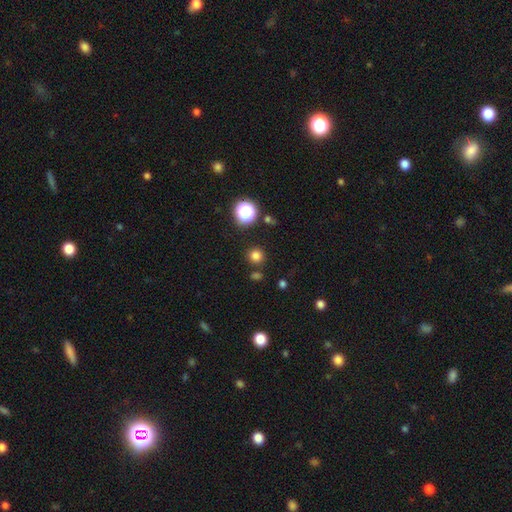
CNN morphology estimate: A smooth galaxy with no disk features (77%) that is round (94%). Merging: none (86%).